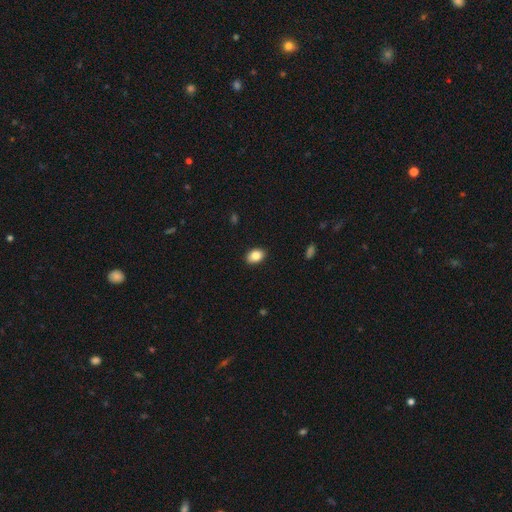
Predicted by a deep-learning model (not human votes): A smooth galaxy with no disk features (84%) that is in between round and cigar-shaped (83%). Merging: none (88%).